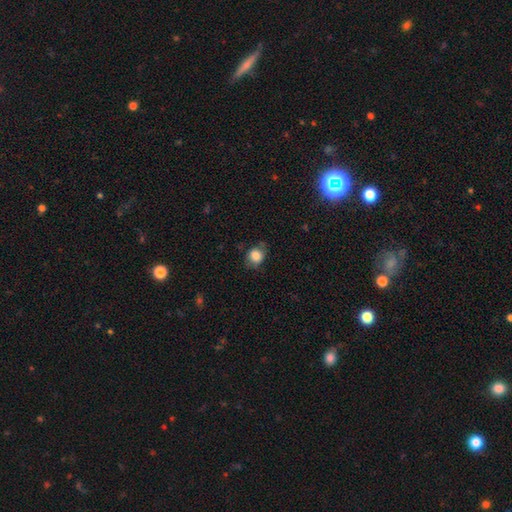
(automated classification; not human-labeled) Morphology: type=smooth (83%); roundness=round (66%); merging=none (65%).